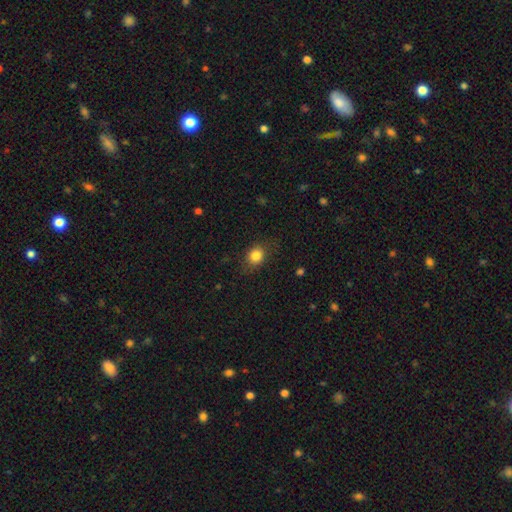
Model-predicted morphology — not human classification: smooth 83%, star or artifact 10%, featured or disk 7%. Down the decision tree: how rounded — round (60%); merging — none (79%).